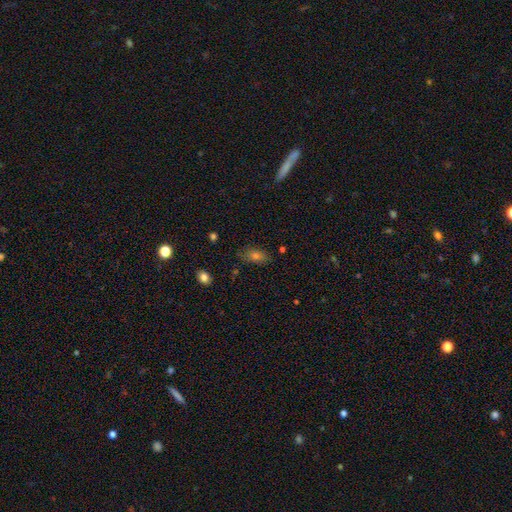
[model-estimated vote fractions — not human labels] smooth-or-featured: smooth: 64% | star or artifact: 19% | featured or disk: 17%
  how-rounded: in between: 79% | cigar-shaped: 11% | round: 10%
  merging: none: 81% | minor disturbance: 13% | major disturbance: 3% | merger: 2%